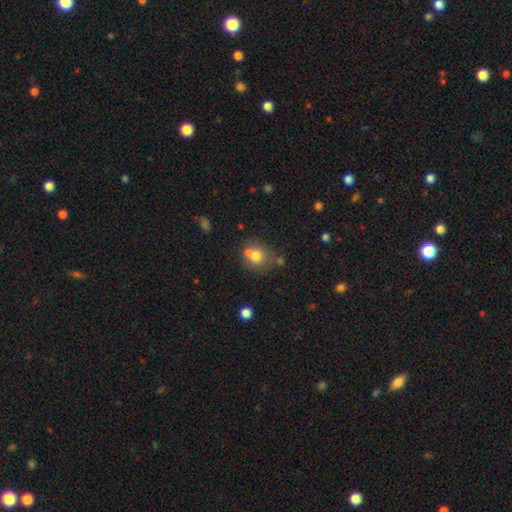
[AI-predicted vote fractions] Smooth or featured: smooth — 74% (featured or disk — 15%)
How rounded: round — 78% (in between — 21%)
Merging: none — 52% (merger — 29%)